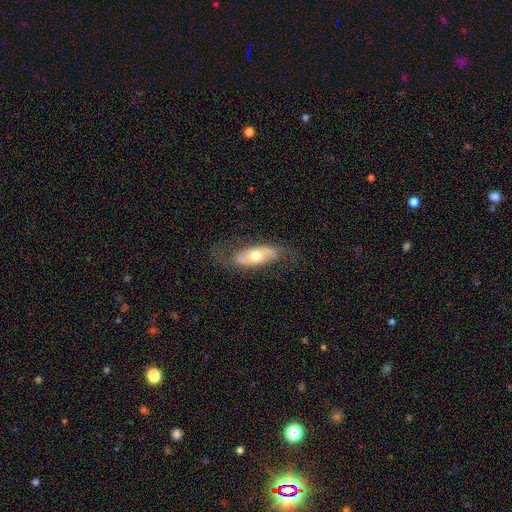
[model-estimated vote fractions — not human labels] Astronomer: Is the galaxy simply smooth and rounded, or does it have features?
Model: featured or disk — 58% (runner-up: smooth, 36%).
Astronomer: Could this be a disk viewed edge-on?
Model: no — 81%.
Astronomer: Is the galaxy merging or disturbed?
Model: none — 66%.